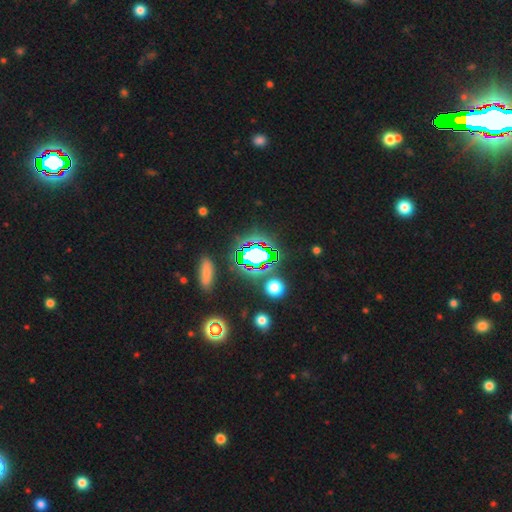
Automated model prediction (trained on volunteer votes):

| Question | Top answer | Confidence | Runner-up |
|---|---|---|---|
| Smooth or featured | star or artifact | 65% | smooth (23%) |